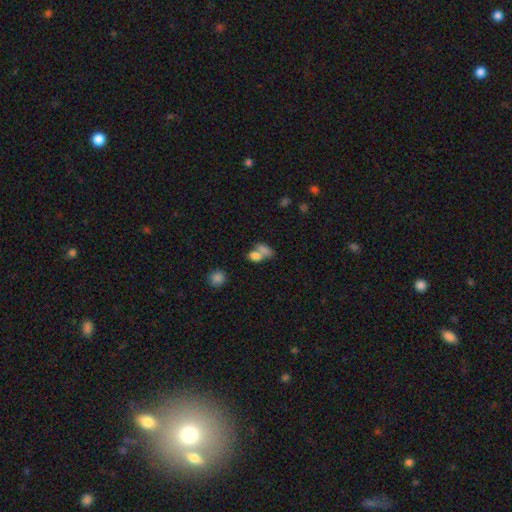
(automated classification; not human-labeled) The model was most divided on "merging": merger: 59%, none: 26%, minor disturbance: 9%, major disturbance: 6%. More confident: smooth or featured — smooth (78%); how rounded — in between (76%).